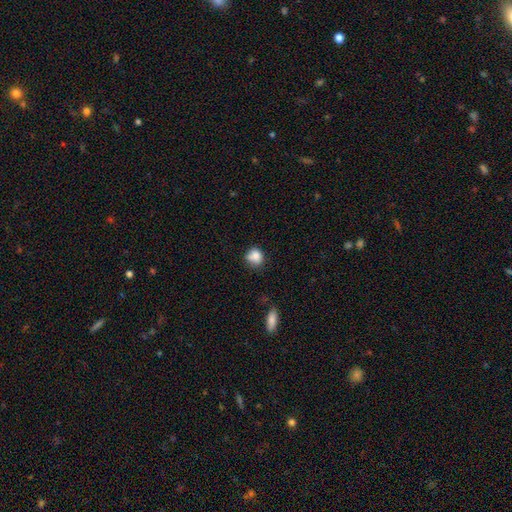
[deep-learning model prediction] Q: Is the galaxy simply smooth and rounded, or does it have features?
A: smooth — 82%.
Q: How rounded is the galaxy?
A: round — 69%.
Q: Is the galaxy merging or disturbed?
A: none — 54%.